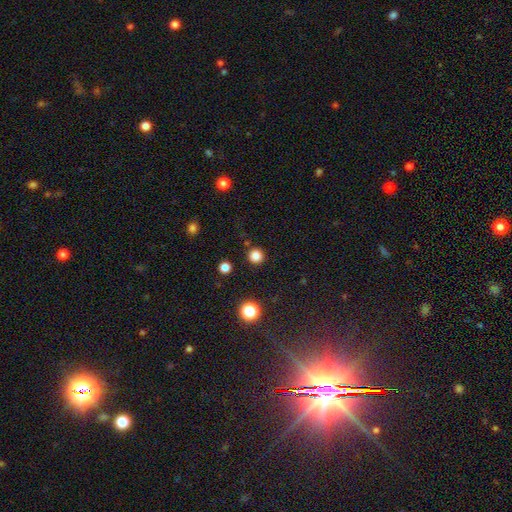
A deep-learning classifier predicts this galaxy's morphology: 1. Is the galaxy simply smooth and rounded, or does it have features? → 83% smooth, 14% star or artifact, 3% featured or disk.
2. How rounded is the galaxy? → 95% round, 4% in between, 1% cigar-shaped.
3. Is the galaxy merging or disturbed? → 91% none, 5% minor disturbance, 2% major disturbance, 2% merger.